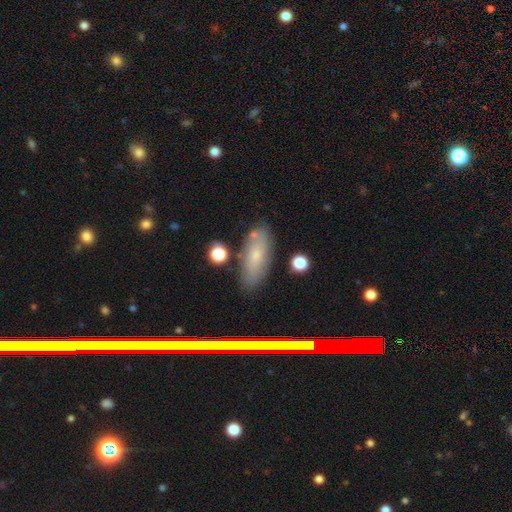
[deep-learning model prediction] A smooth galaxy with no disk features (63%) that is in between round and cigar-shaped (69%).

Vote fractions:
- Smooth or featured? smooth: 63% / featured or disk: 27% / star or artifact: 10%
- How rounded? in between: 69% / cigar-shaped: 28% / round: 3%
- Merging? none: 77% / minor disturbance: 15% / merger: 4% / major disturbance: 3%